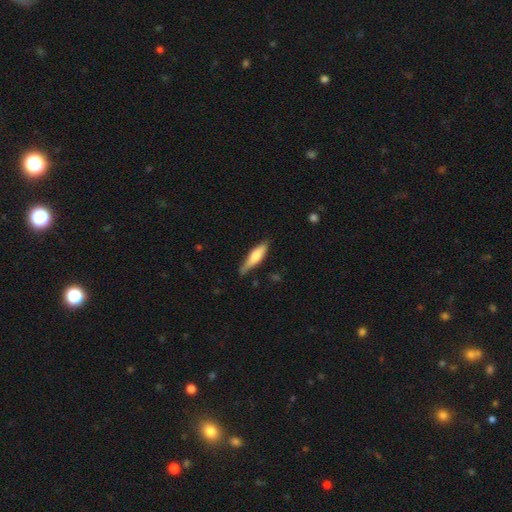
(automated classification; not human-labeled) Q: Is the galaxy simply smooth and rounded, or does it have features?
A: smooth — 62%.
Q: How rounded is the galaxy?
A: cigar-shaped — 66%.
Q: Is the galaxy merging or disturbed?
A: none — 65%.